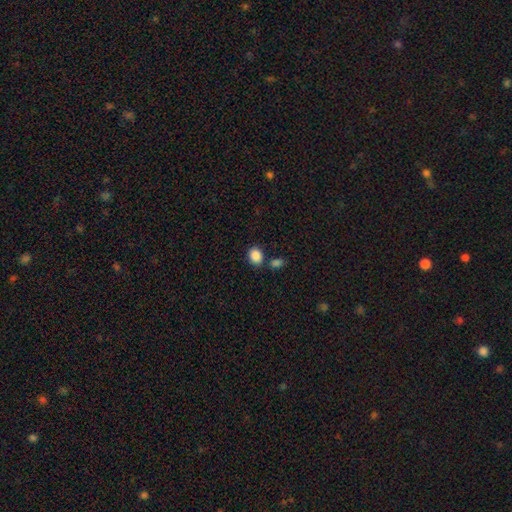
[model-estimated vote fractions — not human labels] smooth_or_featured: smooth (p=0.88) [alt: star or artifact p=0.09]
how_rounded: round (p=0.52) [alt: in between p=0.47]
merging: none (p=0.72) [alt: merger p=0.14]